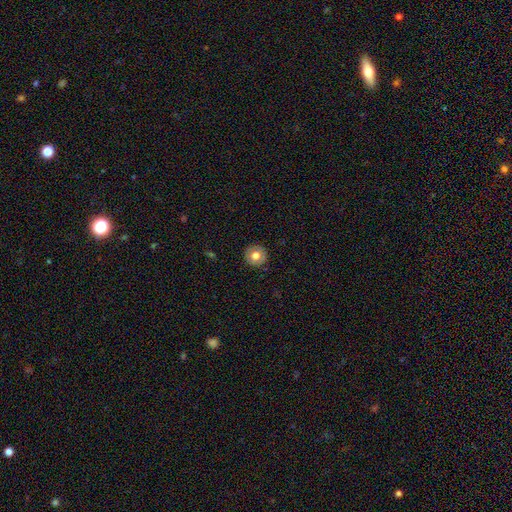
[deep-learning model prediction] This appears to be a smooth galaxy with no disk features (71%) that is round (93%). Merging: none (90%).